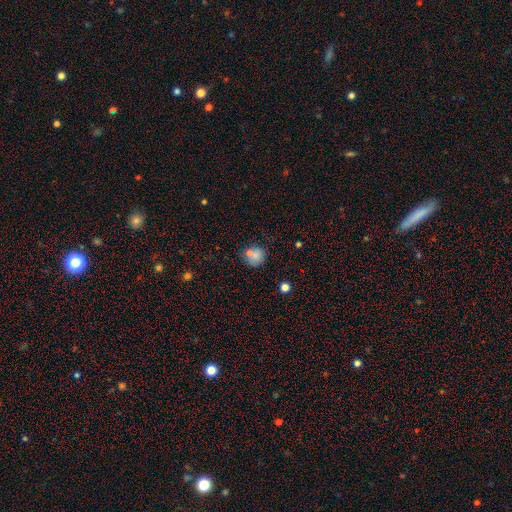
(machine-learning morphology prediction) smooth 76%, featured or disk 13%, star or artifact 11%. Down the decision tree: how rounded — round (86%); merging — none (62%).